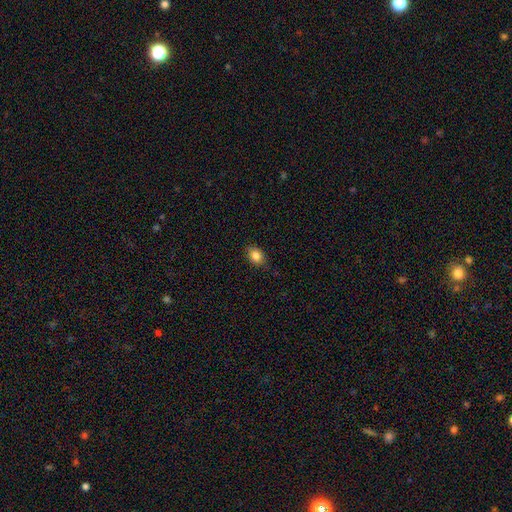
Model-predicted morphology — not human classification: This is clearly a smooth galaxy (84%). How rounded: likely in between (65%). Merging: clearly none (85%).